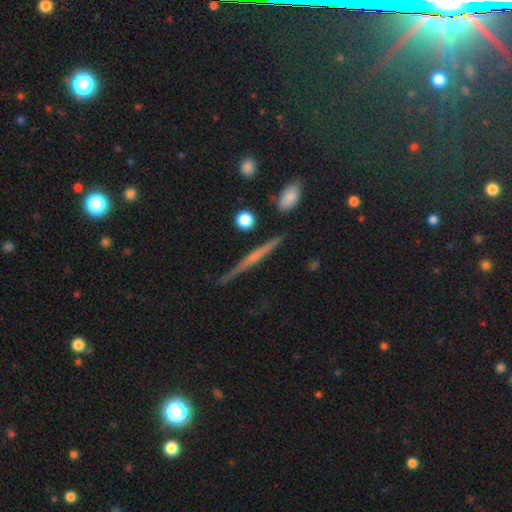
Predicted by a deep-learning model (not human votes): A featured or disk galaxy (61%) viewed edge-on (97%) with no central bulge (57%).

Vote fractions:
- Smooth or featured? featured or disk: 61% / smooth: 31% / star or artifact: 8%
- Edge-on disk? yes: 97% / no: 3%
- Edge-on bulge? none: 57% / rounded: 30% / boxy: 13%
- Merging? none: 86% / minor disturbance: 9% / merger: 2% / major disturbance: 2%